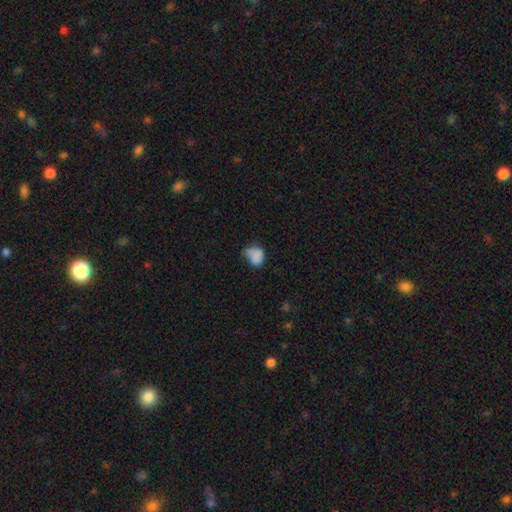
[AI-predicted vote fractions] smooth 77%, featured or disk 12%, star or artifact 10%. Down the decision tree: how rounded — in between (55%); merging — minor disturbance (36%).